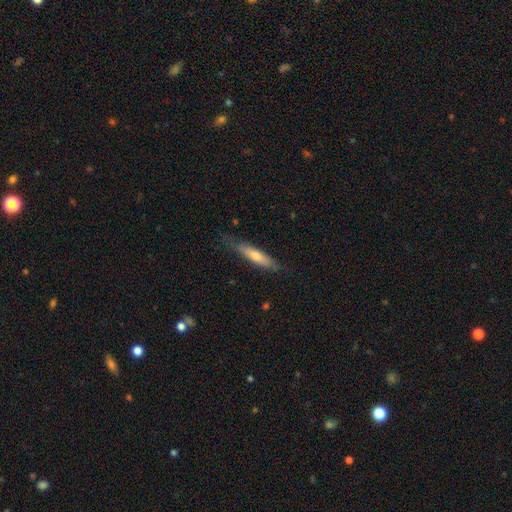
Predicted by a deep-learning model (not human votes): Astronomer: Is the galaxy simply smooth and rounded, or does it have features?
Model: smooth — 60% (runner-up: featured or disk, 35%).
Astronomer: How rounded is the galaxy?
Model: cigar-shaped — 81%.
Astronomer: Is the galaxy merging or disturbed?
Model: none — 72%.